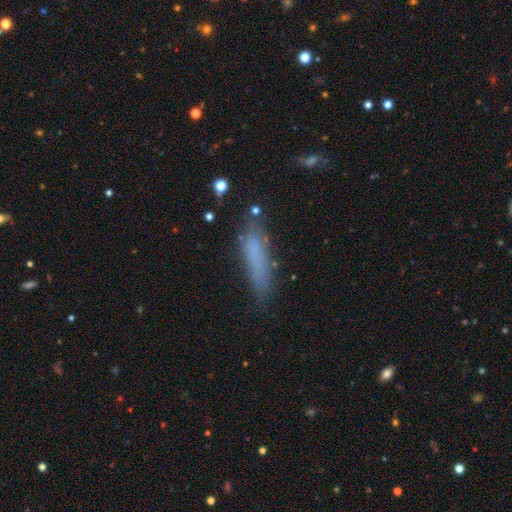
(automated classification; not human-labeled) Q: Smooth or featured?
A: smooth (69%); runner-up: featured or disk (20%)
Q: How rounded?
A: cigar-shaped (77%); runner-up: in between (22%)
Q: Merging?
A: none (65%); runner-up: minor disturbance (22%)